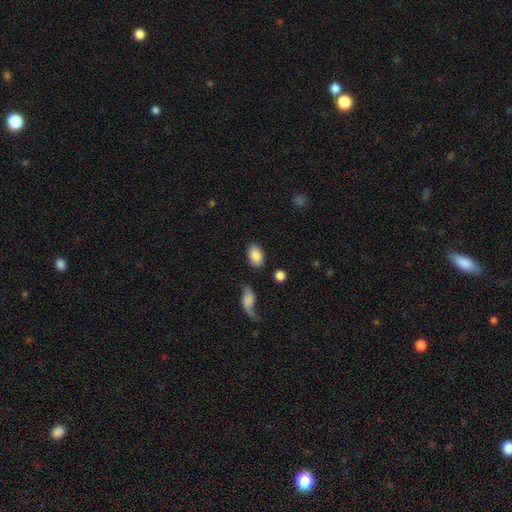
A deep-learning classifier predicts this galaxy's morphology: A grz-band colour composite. It shows a smooth galaxy with no disk features (86%) that is in between round and cigar-shaped (88%). Merging: none (80%).